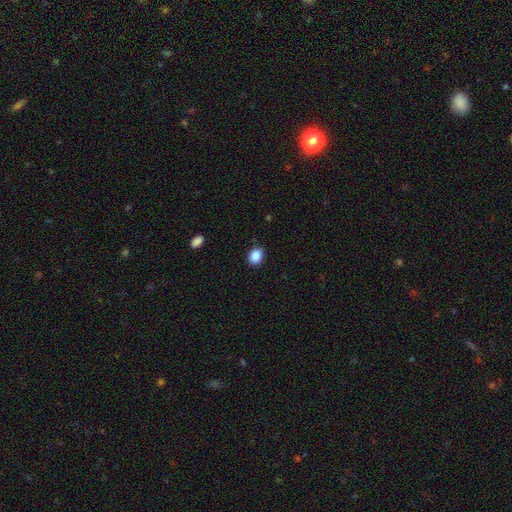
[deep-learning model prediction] This is clearly a smooth galaxy (87%). How rounded: possibly round (50%). Merging: clearly none (88%).